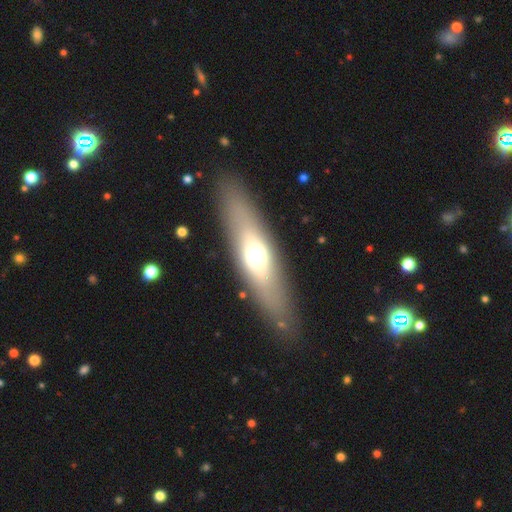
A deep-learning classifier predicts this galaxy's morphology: A smooth galaxy with no disk features (54%) that is cigar-shaped (52%). Merging: none (84%).